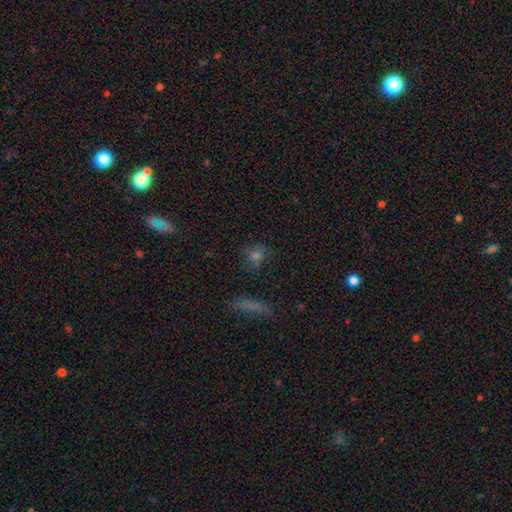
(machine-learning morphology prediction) This is likely a smooth galaxy (61%). How rounded: likely round (63%). Merging: likely none (75%).